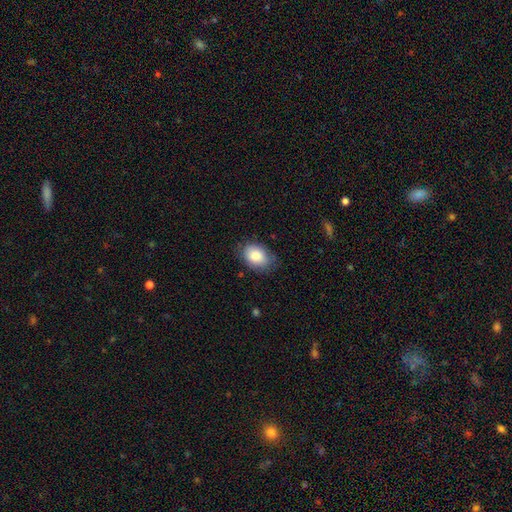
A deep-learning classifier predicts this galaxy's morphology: A smooth galaxy with no disk features (86%) that is in between round and cigar-shaped (80%).

Vote fractions:
- Smooth or featured? smooth: 86% / featured or disk: 7% / star or artifact: 7%
- How rounded? in between: 80% / round: 19% / cigar-shaped: 1%
- Merging? none: 74% / minor disturbance: 20% / major disturbance: 4% / merger: 1%